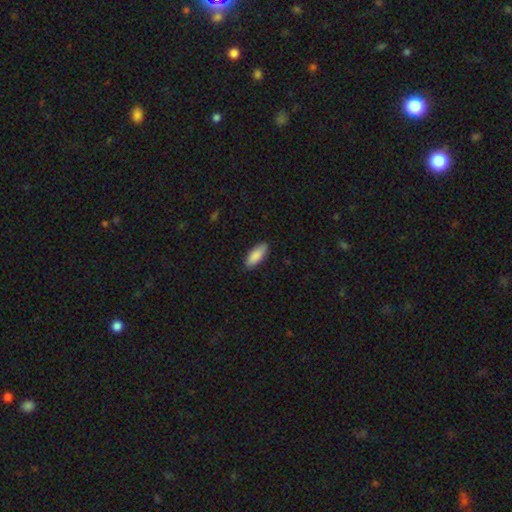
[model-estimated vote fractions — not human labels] Smooth or featured? smooth (88%)
How rounded? in between (79%)
Merging? none (88%)